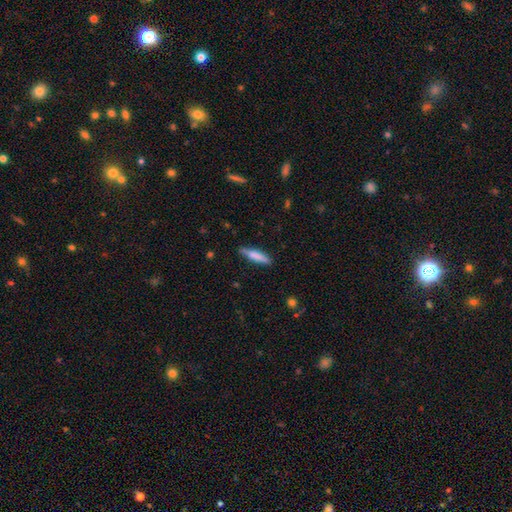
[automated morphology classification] Smooth or featured? Predicted: smooth (p=0.75). How rounded? Predicted: cigar-shaped (p=0.79). Merging? Predicted: none (p=0.83).